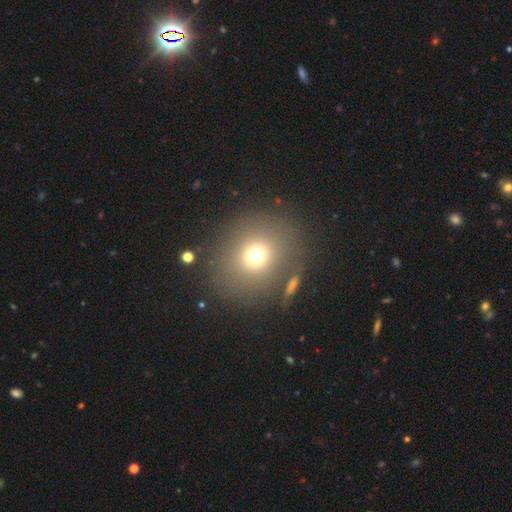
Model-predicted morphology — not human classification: Smooth or featured? smooth (71%)
How rounded? round (75%)
Merging? none (76%)